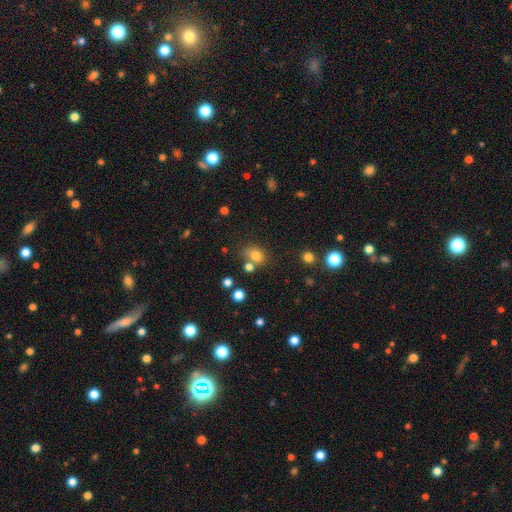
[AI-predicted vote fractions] smooth_or_featured: smooth (p=0.76) [alt: star or artifact p=0.15]
how_rounded: in between (p=0.59) [alt: round p=0.40]
merging: none (p=0.61) [alt: merger p=0.19]